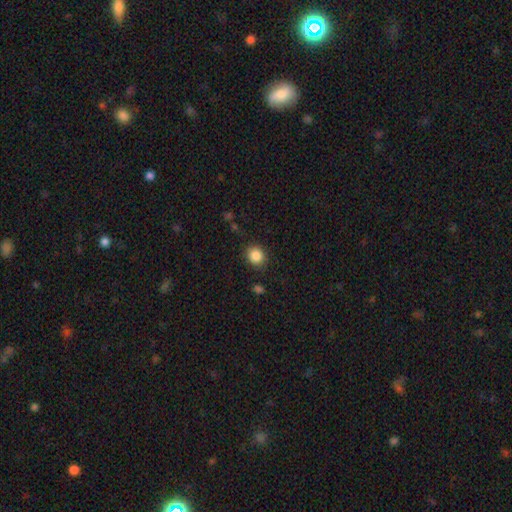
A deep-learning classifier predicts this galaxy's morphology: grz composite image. It shows a smooth galaxy with no disk features (86%) that is round (78%). Merging: none (86%).